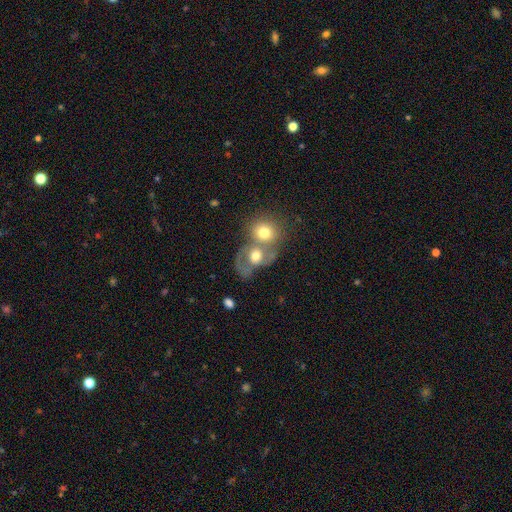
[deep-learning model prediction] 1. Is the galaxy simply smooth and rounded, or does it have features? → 50% smooth, 40% featured or disk, 10% star or artifact.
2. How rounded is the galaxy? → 55% round, 43% in between, 1% cigar-shaped.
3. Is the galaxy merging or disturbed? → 63% merger, 21% none, 9% major disturbance, 8% minor disturbance.